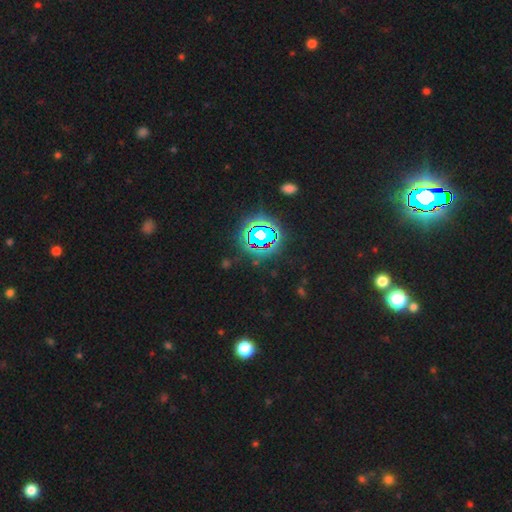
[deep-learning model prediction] smooth-or-featured: star or artifact: 83% | smooth: 10% | featured or disk: 7%